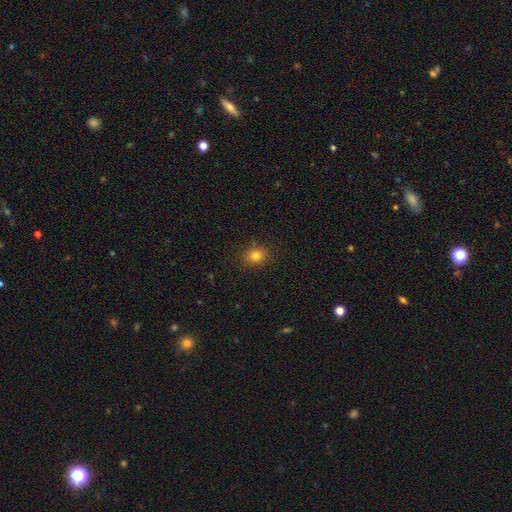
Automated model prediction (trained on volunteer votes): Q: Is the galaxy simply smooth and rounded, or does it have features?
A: smooth — 81%.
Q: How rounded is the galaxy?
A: round — 61%.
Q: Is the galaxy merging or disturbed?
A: none — 86%.